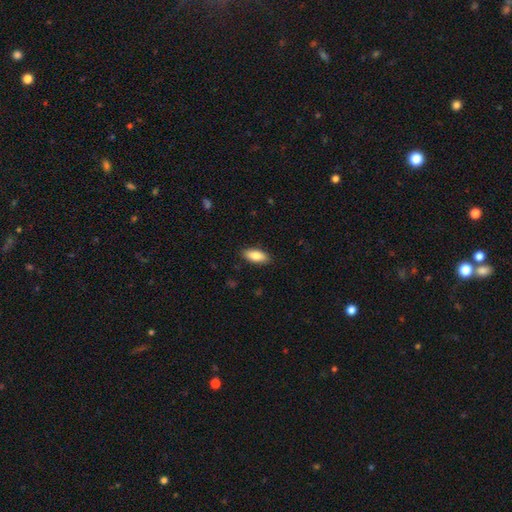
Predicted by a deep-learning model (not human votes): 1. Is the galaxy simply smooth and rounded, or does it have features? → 83% smooth, 11% featured or disk, 6% star or artifact.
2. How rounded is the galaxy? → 83% in between, 15% cigar-shaped, 2% round.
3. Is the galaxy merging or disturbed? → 88% none, 9% minor disturbance, 2% major disturbance, 1% merger.